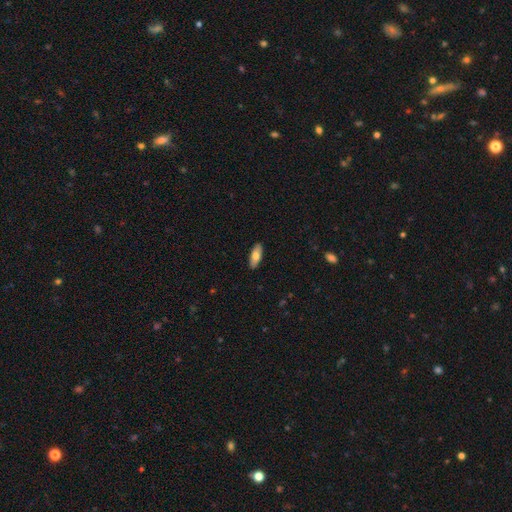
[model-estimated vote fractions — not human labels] smooth-or-featured: smooth: 76% | featured or disk: 19% | star or artifact: 6%
  how-rounded: in between: 75% | cigar-shaped: 23% | round: 2%
  merging: none: 90% | minor disturbance: 8% | major disturbance: 2% | merger: 1%